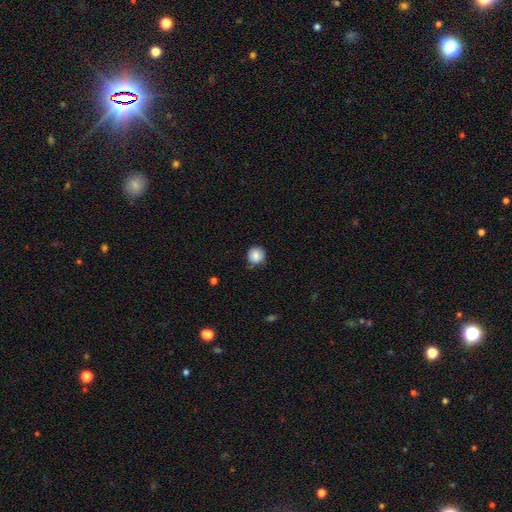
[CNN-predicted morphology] Q: Smooth or featured?
A: smooth (85%); runner-up: star or artifact (9%)
Q: How rounded?
A: round (94%); runner-up: in between (5%)
Q: Merging?
A: none (81%); runner-up: minor disturbance (15%)